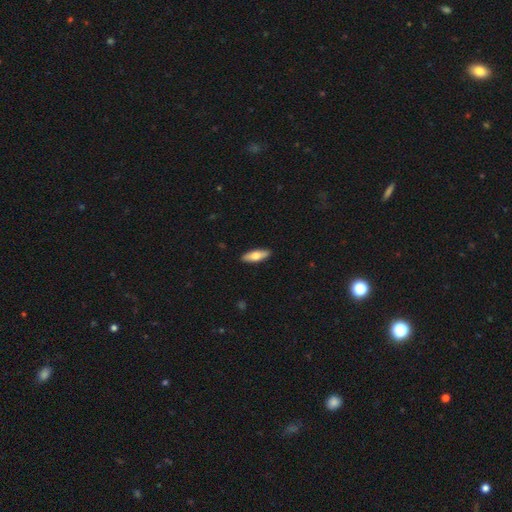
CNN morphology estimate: smooth 66%, featured or disk 29%, star or artifact 5%. Down the decision tree: how rounded — in between (55%); merging — none (91%).